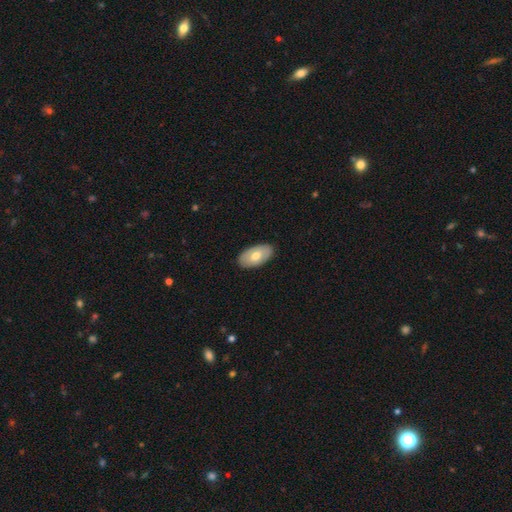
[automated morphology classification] A smooth galaxy with no disk features (66%) that is in between round and cigar-shaped (95%). Merging: none (88%).